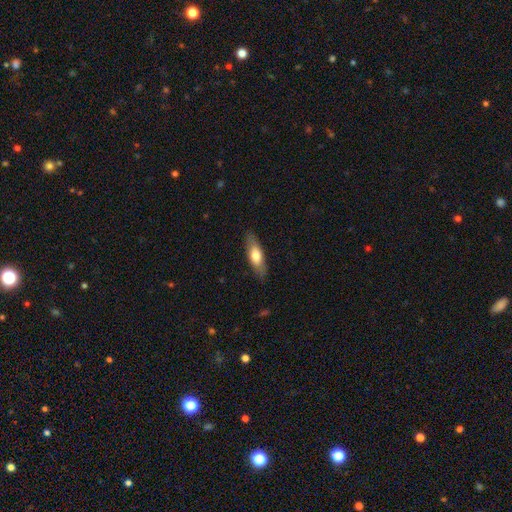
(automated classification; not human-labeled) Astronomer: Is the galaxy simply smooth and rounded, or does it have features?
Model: smooth — 64%.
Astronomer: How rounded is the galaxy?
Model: in between — 56% (runner-up: cigar-shaped, 42%).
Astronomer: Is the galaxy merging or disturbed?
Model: none — 83%.